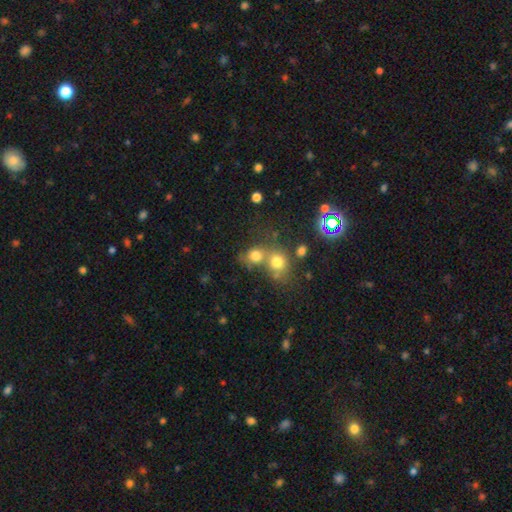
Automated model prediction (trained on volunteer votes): Smooth or featured?
  - smooth: 74% *
  - star or artifact: 15%
  - featured or disk: 11%
How rounded?
  - round: 74% *
  - in between: 24%
  - cigar-shaped: 1%
Merging?
  - merger: 50% *
  - none: 36%
  - minor disturbance: 8%
  - major disturbance: 5%